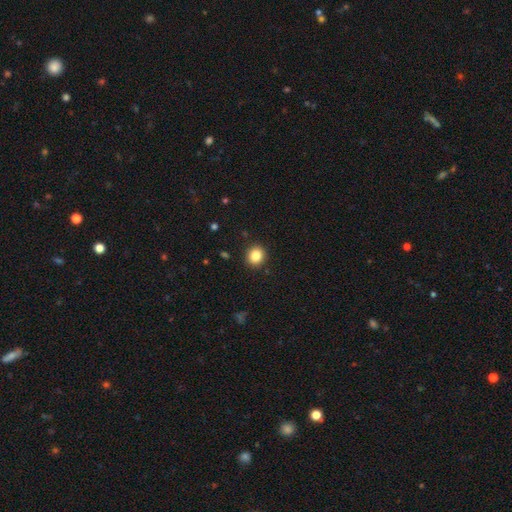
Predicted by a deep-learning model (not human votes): Morphology: type=smooth (86%); roundness=round (83%); merging=none (91%).